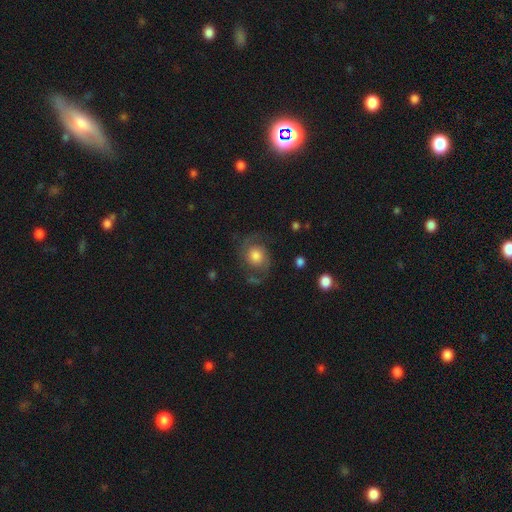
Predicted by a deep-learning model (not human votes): smooth-or-featured: featured or disk: 69% | smooth: 23% | star or artifact: 8%
  disk-edge-on: no: 98% | yes: 2%
    bar: no: 76% | weak: 20% | strong: 3%
    has-spiral-arms: yes: 92% | no: 8%
      spiral-winding: medium: 51% | loose: 28% | tight: 21%
      spiral-arm-count: 2: 91% | can't tell: 3% | 1: 2% | 3: 2% | 4: 1% | more than 4: 1%
    bulge-size: moderate: 44% | large: 36% | small: 12% | dominant: 5% | none: 3%
  merging: none: 70% | minor disturbance: 17% | major disturbance: 11% | merger: 2%